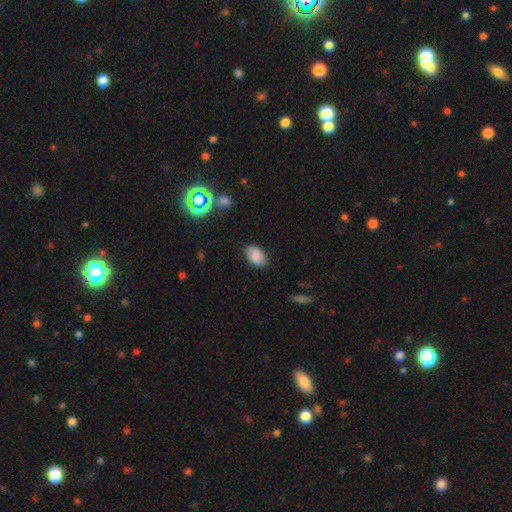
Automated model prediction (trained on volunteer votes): Overall: smooth (82%). How rounded: in between (90%). Merging: none (81%).